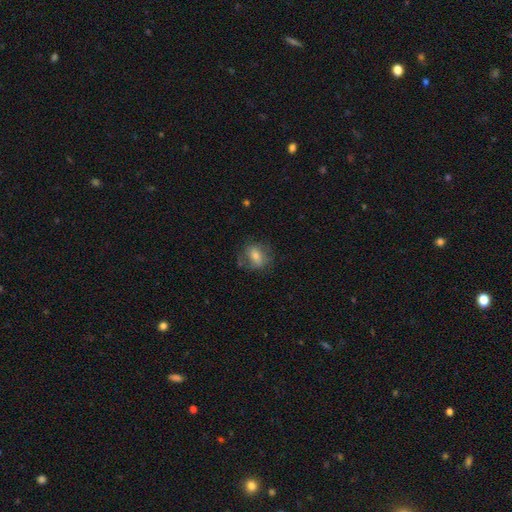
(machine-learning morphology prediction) This is possibly a smooth galaxy (57%). How rounded: possibly in between (59%). Merging: likely none (67%).